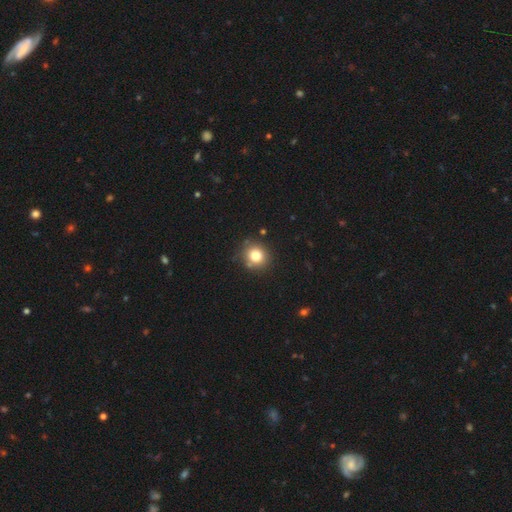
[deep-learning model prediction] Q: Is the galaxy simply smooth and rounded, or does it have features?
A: smooth — 79%.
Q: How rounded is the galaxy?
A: round — 87%.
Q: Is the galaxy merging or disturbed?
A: none — 84%.